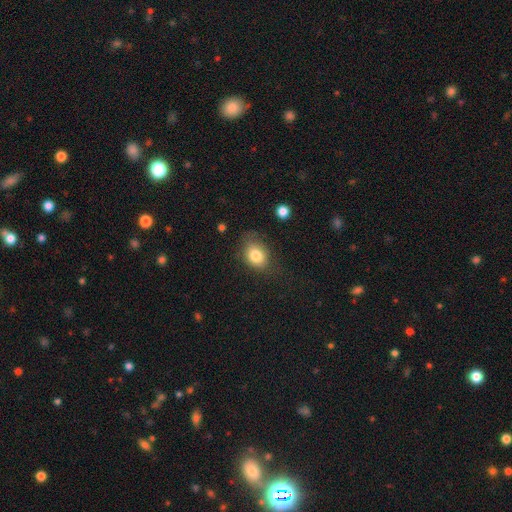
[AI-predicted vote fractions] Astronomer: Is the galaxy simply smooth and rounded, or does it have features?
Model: smooth — 80%.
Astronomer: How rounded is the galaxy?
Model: in between — 64%.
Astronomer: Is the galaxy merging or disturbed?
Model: none — 61%.